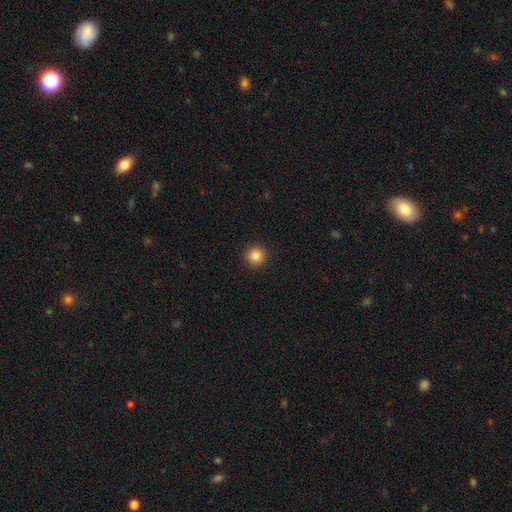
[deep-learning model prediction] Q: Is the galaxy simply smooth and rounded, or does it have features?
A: smooth — 85%.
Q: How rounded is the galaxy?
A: round — 96%.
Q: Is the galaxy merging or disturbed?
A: none — 93%.